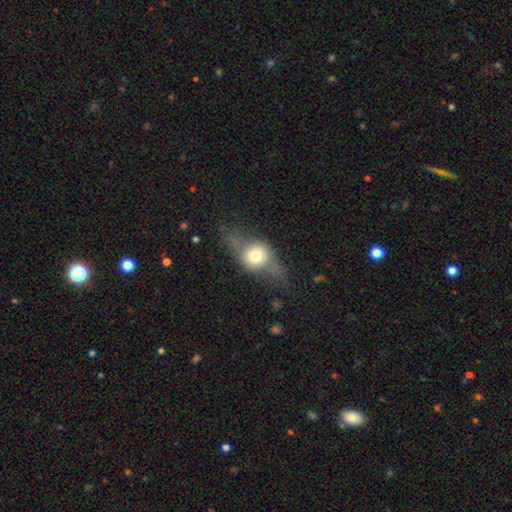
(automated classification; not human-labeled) The model was most divided on "smooth or featured": smooth: 48%, featured or disk: 43%, star or artifact: 9%. More confident: merging — none (53%).